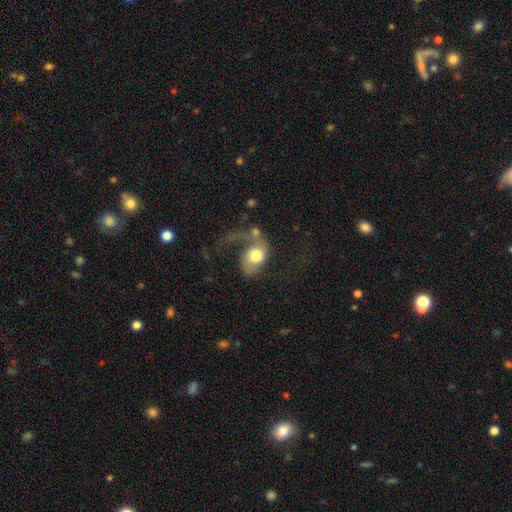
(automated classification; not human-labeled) The model was most divided on "smooth or featured": smooth: 47%, featured or disk: 46%, star or artifact: 7%. More confident: merging — major disturbance (53%).